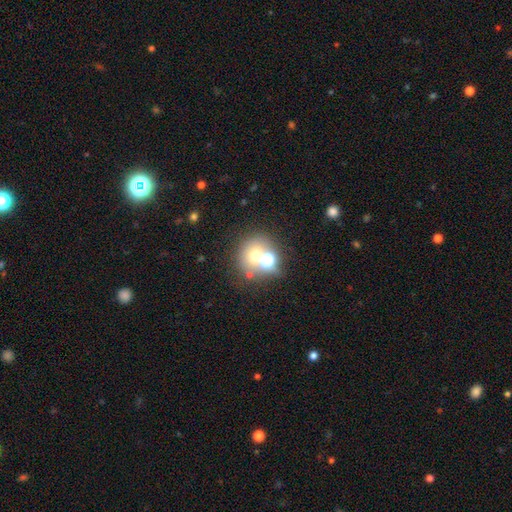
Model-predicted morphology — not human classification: smooth_or_featured: smooth (p=0.61) [alt: star or artifact p=0.20]
how_rounded: round (p=0.79) [alt: in between p=0.20]
merging: none (p=0.51) [alt: merger p=0.36]